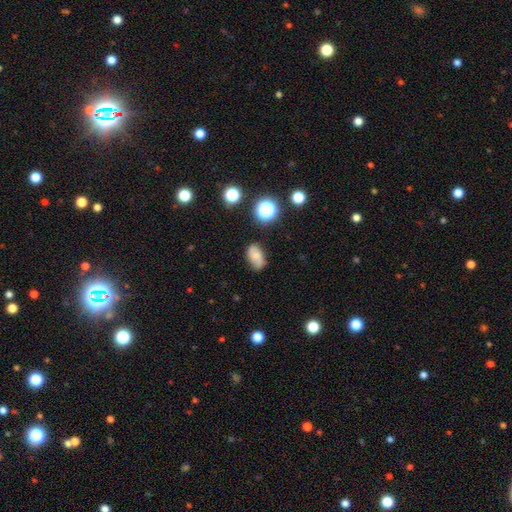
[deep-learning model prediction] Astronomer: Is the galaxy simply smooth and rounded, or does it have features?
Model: smooth — 66%.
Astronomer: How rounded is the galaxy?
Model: in between — 87%.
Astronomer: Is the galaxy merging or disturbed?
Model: none — 73%.